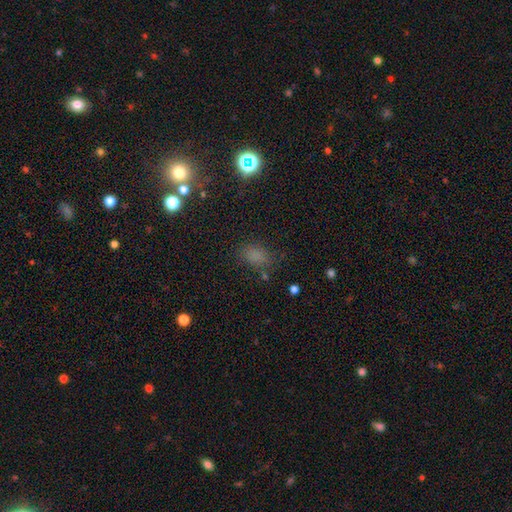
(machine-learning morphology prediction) smooth-or-featured: smooth: 71% | star or artifact: 23% | featured or disk: 6%
  how-rounded: in between: 77% | round: 21% | cigar-shaped: 2%
  merging: none: 73% | minor disturbance: 17% | major disturbance: 7% | merger: 3%